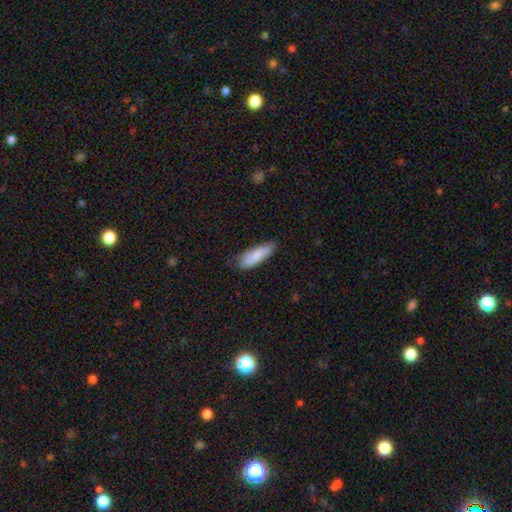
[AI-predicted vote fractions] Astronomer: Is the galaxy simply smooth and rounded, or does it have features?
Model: smooth — 83%.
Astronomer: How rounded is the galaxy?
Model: in between — 51% (runner-up: cigar-shaped, 48%).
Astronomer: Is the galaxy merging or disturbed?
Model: none — 72%.